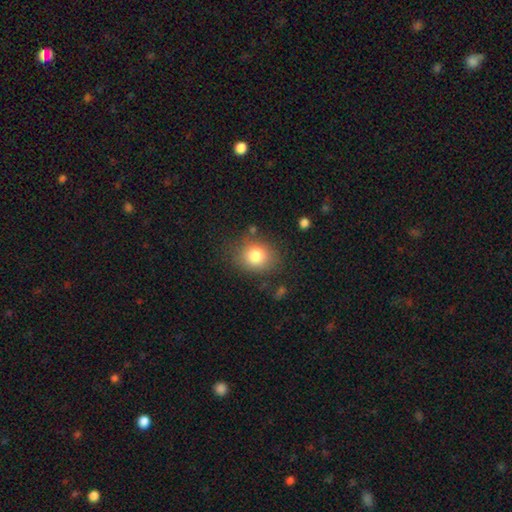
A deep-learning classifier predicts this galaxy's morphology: This is clearly a smooth galaxy (81%). How rounded: likely round (63%). Merging: likely none (76%).